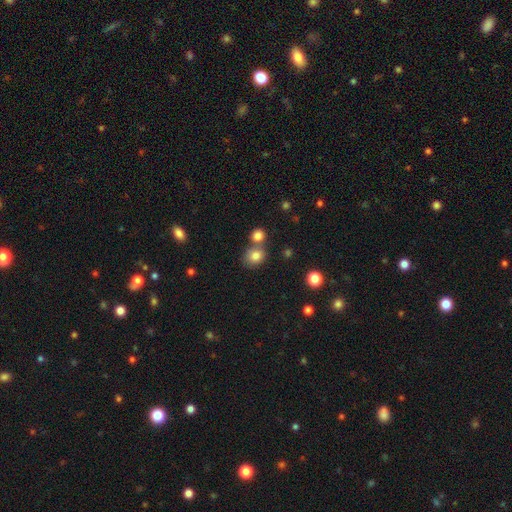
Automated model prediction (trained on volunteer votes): Overall: smooth (80%). How rounded: round (73%). Merging: none (59%; merger 29%).